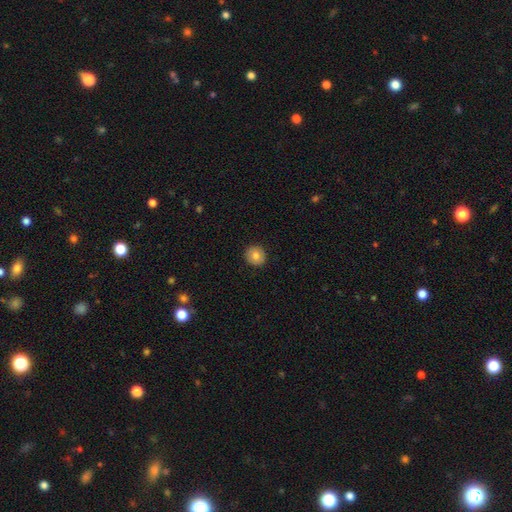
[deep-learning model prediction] smooth 81%, featured or disk 11%, star or artifact 9%. Down the decision tree: how rounded — round (88%); merging — none (91%).